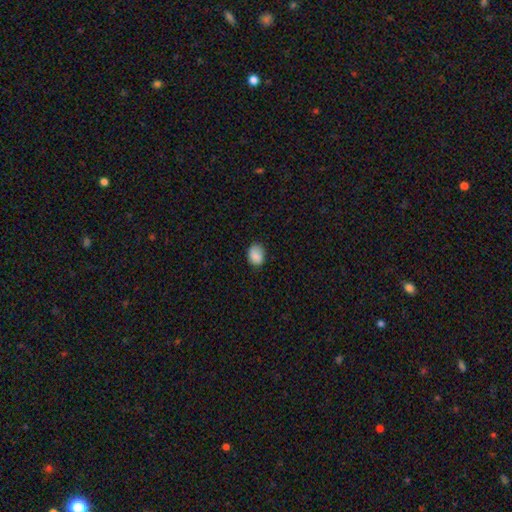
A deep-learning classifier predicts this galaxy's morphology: Smooth or featured? Predicted: smooth (p=0.86). How rounded? Predicted: in between (p=0.57). Merging? Predicted: none (p=0.77).